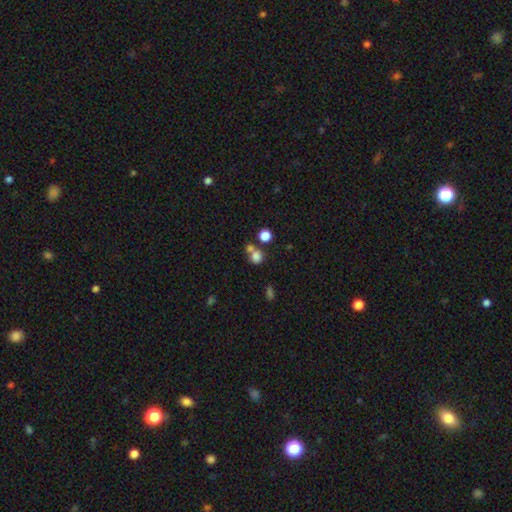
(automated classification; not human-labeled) A smooth galaxy with no disk features (77%) that is round (83%).

Vote fractions:
- Smooth or featured? smooth: 77% / star or artifact: 14% / featured or disk: 8%
- How rounded? round: 83% / in between: 16% / cigar-shaped: 1%
- Merging? none: 51% / merger: 36% / minor disturbance: 8% / major disturbance: 4%